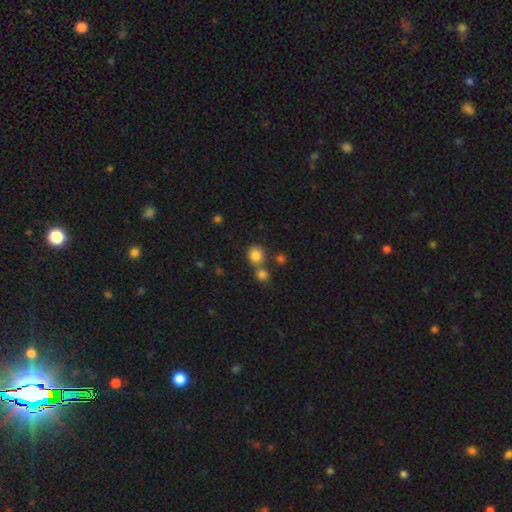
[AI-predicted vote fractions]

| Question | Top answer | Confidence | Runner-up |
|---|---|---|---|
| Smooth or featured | smooth | 83% | star or artifact (12%) |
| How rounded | round | 81% | in between (18%) |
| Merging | none | 58% | merger (31%) |